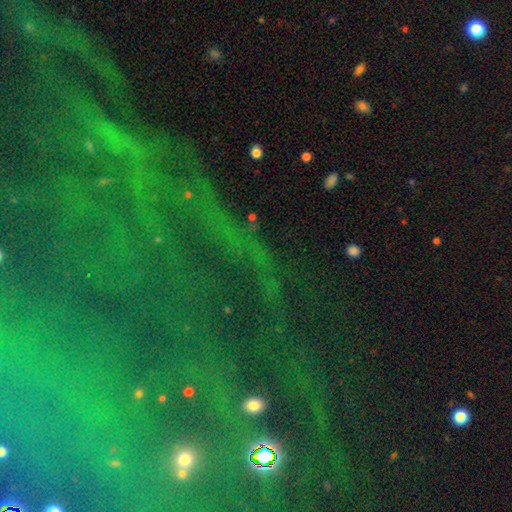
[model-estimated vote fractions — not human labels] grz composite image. It shows a star or artifact, not a galaxy (79%).